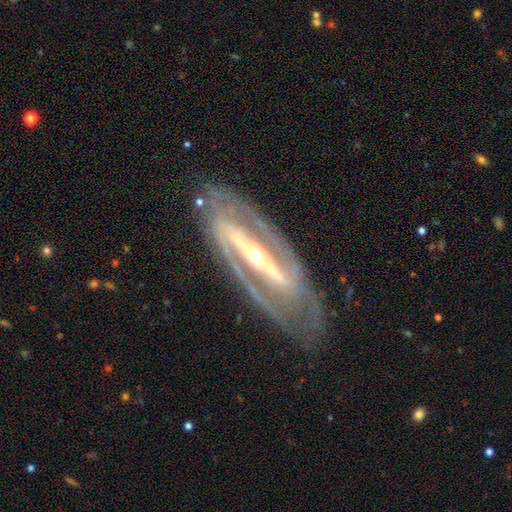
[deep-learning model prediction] smooth-or-featured: featured or disk: 90% | smooth: 5% | star or artifact: 5%
  disk-edge-on: no: 86% | yes: 14%
    bar: strong: 82% | weak: 11% | no: 7%
    has-spiral-arms: yes: 89% | no: 11%
      spiral-winding: tight: 48% | medium: 39% | loose: 12%
      spiral-arm-count: 2: 85% | can't tell: 8% | 3: 3% | 1: 2% | 4: 2% | more than 4: 2%
    bulge-size: small: 60% | moderate: 35% | large: 3% | dominant: 1% | none: 1%
  merging: none: 79% | minor disturbance: 13% | major disturbance: 6% | merger: 1%